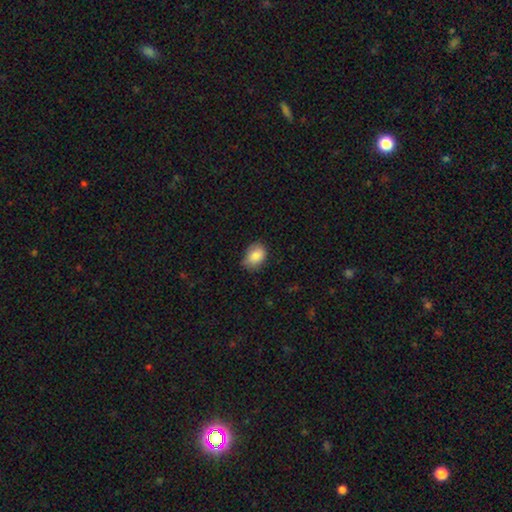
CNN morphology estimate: The model was most divided on "merging": none: 68%, minor disturbance: 26%, major disturbance: 4%, merger: 1%. More confident: smooth or featured — smooth (85%); how rounded — in between (71%).